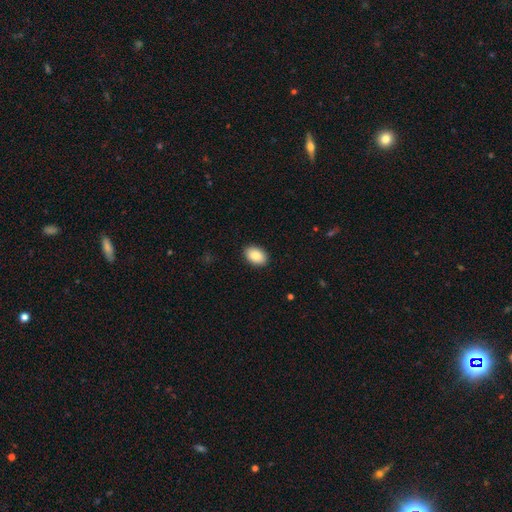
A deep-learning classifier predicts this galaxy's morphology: The model was most divided on "how rounded": in between: 88%, round: 11%, cigar-shaped: 1%. More confident: merging — none (90%); smooth or featured — smooth (87%).